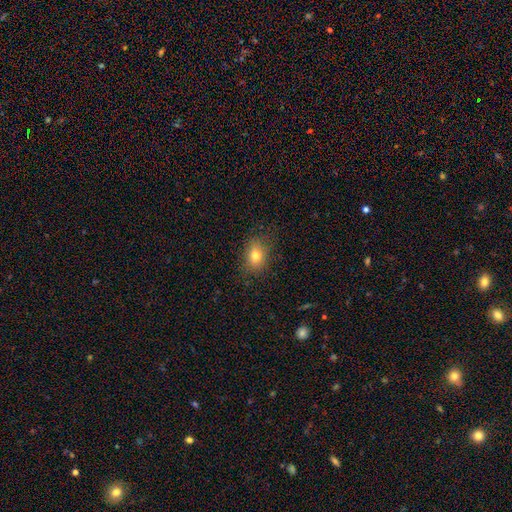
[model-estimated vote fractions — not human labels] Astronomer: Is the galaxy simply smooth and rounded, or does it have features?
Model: smooth — 76%.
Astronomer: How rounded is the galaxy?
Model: in between — 67%.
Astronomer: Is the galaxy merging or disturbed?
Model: none — 80%.